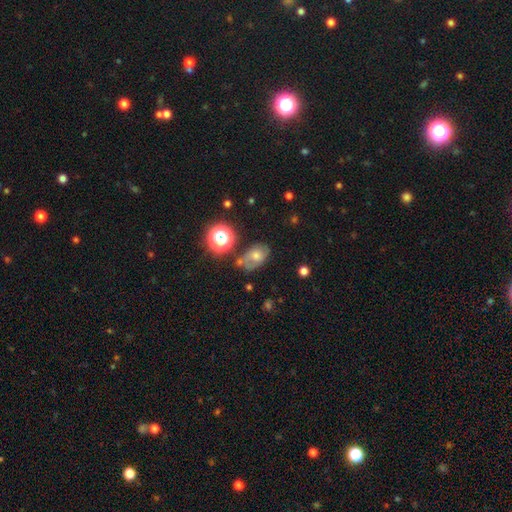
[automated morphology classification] A smooth galaxy with no disk features (46%).

Vote fractions:
- Smooth or featured? smooth: 46% / featured or disk: 30% / star or artifact: 24%
- Merging? none: 60% / minor disturbance: 23% / major disturbance: 10% / merger: 8%